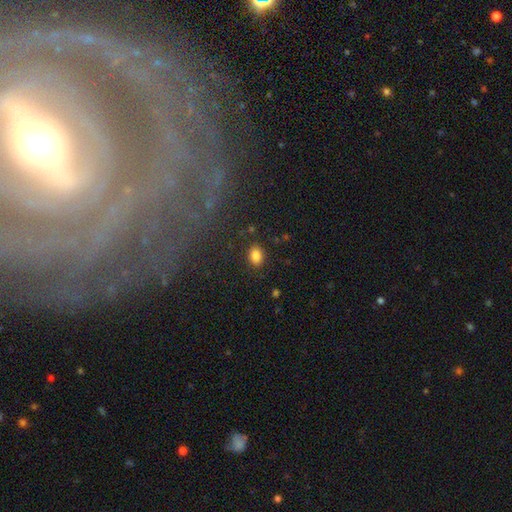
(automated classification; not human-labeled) A smooth galaxy with no disk features (85%) that is in between round and cigar-shaped (70%).

Vote fractions:
- Smooth or featured? smooth: 85% / star or artifact: 10% / featured or disk: 5%
- How rounded? in between: 70% / round: 29% / cigar-shaped: 1%
- Merging? none: 86% / minor disturbance: 10% / major disturbance: 3% / merger: 2%